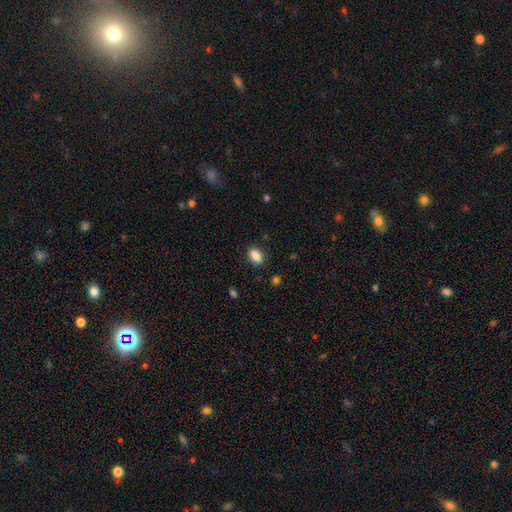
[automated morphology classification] Smooth or featured? smooth (88%)
How rounded? in between (87%)
Merging? none (86%)